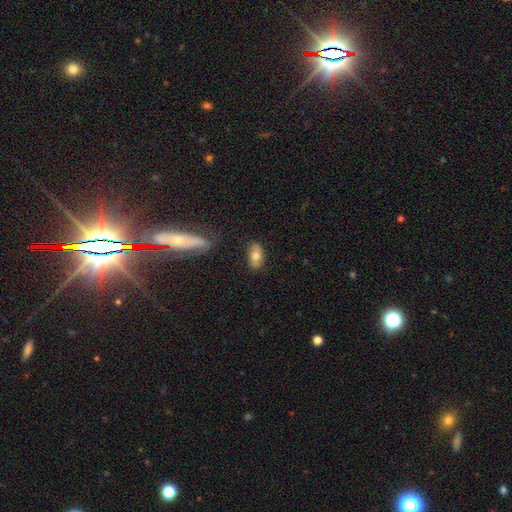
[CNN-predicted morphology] This is likely a smooth galaxy (72%). How rounded: clearly in between (90%). Merging: clearly none (82%).